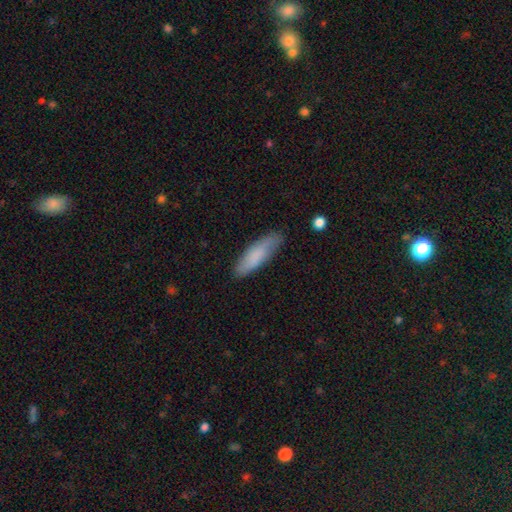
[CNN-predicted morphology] Smooth or featured?
  - smooth: 80% *
  - featured or disk: 14%
  - star or artifact: 6%
How rounded?
  - cigar-shaped: 58% *
  - in between: 41%
  - round: 2%
Merging?
  - none: 82% *
  - minor disturbance: 14%
  - major disturbance: 3%
  - merger: 1%